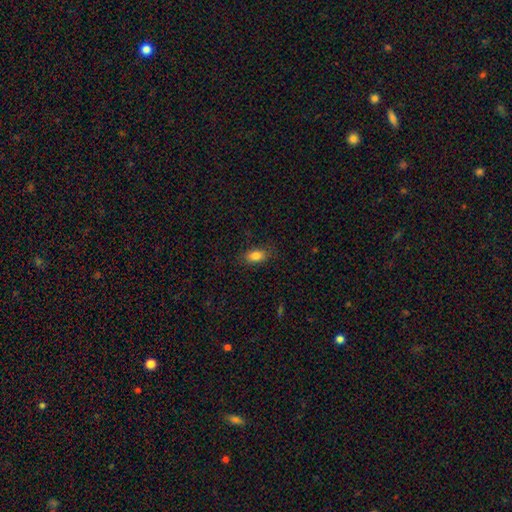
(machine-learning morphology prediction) Overall: smooth (84%). How rounded: in between (87%). Merging: none (83%).